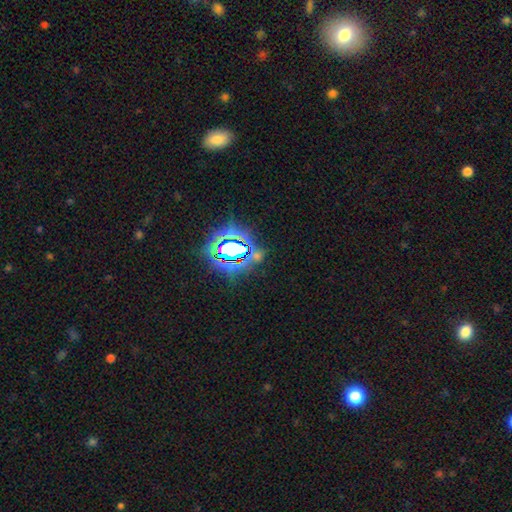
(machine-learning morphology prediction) Q: Smooth or featured?
A: star or artifact (72%); runner-up: smooth (19%)